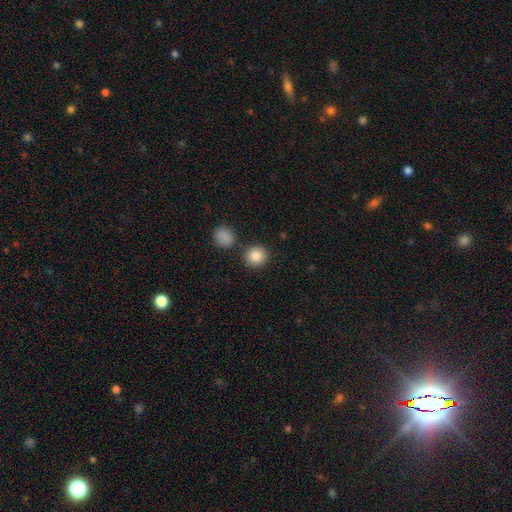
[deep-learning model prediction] smooth-or-featured: smooth: 86% | star or artifact: 9% | featured or disk: 5%
  how-rounded: round: 89% | in between: 10% | cigar-shaped: 1%
  merging: none: 83% | merger: 7% | minor disturbance: 7% | major disturbance: 3%